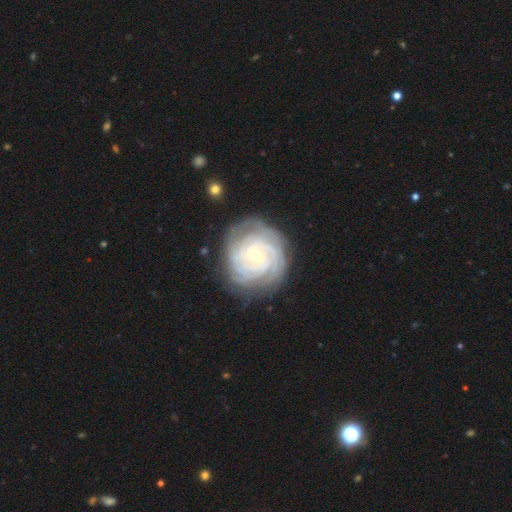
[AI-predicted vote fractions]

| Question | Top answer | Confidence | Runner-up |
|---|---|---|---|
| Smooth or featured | featured or disk | 88% | smooth (7%) |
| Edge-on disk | no | 97% | yes (3%) |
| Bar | no | 54% | weak (34%) |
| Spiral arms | yes | 97% | no (3%) |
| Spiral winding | tight | 84% | medium (13%) |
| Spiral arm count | can't tell | 32% | 3 (20%) |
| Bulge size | moderate | 61% | small (35%) |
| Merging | none | 79% | minor disturbance (15%) |